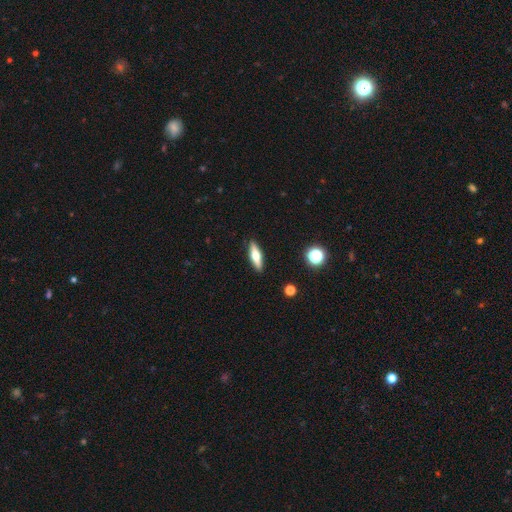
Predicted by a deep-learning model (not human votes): This is possibly a featured or disk galaxy (50%). It is clearly viewed edge-on (92%). Merging: clearly none (90%).